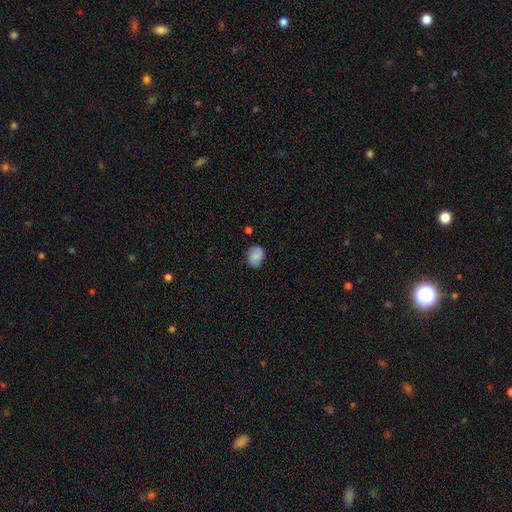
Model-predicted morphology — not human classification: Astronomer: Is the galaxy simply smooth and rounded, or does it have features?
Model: smooth — 77%.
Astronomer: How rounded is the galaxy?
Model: in between — 54% (runner-up: round, 45%).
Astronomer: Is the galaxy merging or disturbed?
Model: none — 78%.